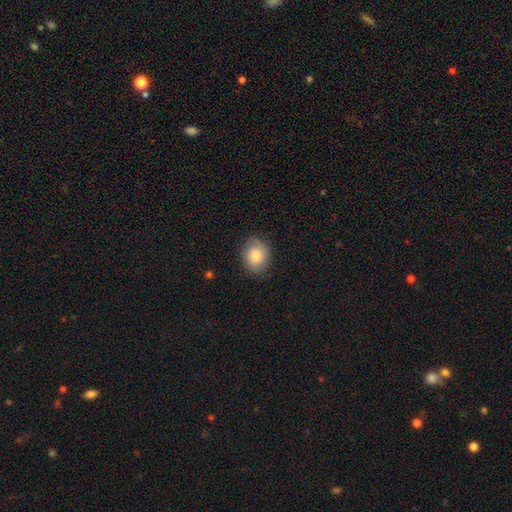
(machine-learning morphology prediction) This appears to be a smooth galaxy with no disk features (79%) that is round (52%). Merging: none (80%).